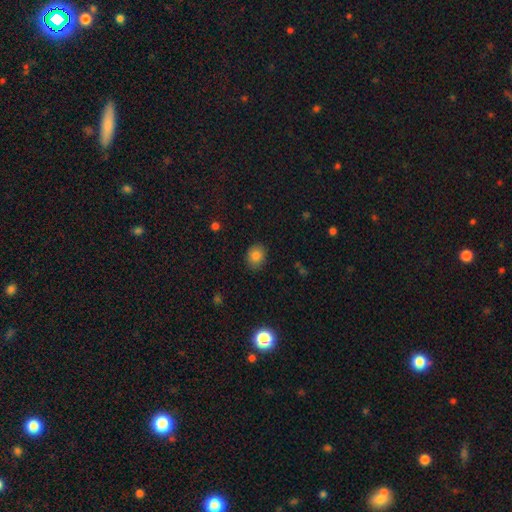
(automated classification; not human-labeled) Smooth or featured: smooth — 83% (star or artifact — 11%)
How rounded: round — 55% (in between — 44%)
Merging: none — 87% (minor disturbance — 9%)